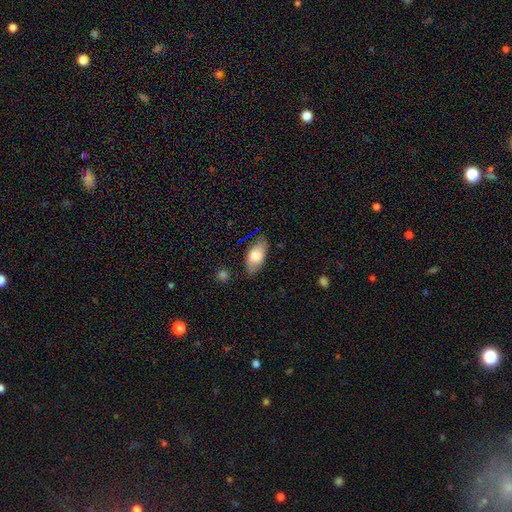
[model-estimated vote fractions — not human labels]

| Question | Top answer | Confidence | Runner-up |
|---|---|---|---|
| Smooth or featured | smooth | 75% | featured or disk (18%) |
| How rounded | in between | 91% | cigar-shaped (5%) |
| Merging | none | 81% | minor disturbance (15%) |